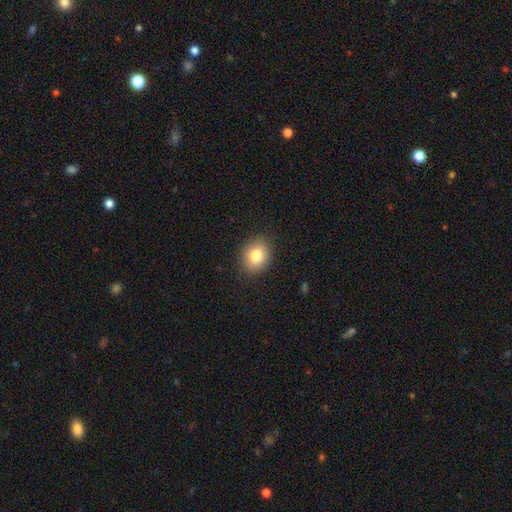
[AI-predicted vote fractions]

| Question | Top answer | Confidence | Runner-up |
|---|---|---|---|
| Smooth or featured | smooth | 81% | featured or disk (9%) |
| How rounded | round | 50% | in between (49%) |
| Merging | none | 87% | minor disturbance (9%) |